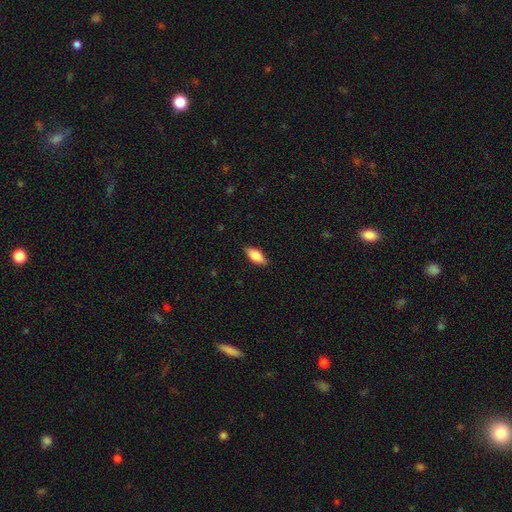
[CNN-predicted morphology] smooth 81%, featured or disk 13%, star or artifact 6%. Down the decision tree: how rounded — in between (84%); merging — none (87%).